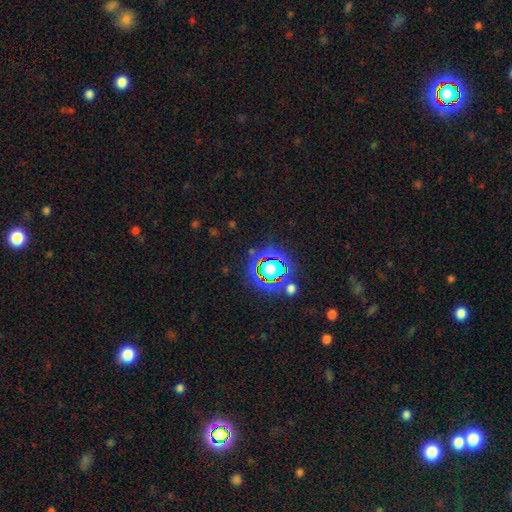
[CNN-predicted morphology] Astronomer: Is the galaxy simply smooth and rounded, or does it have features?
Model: star or artifact — 80%.